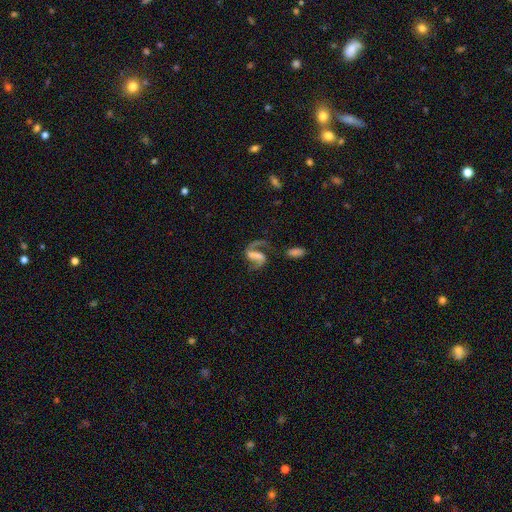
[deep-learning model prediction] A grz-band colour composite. It shows a featured or disk galaxy (87%) with a strong bar (53%), 2 (89%) loose (49%) spiral arms (96%) and no central bulge (47%). Merging: none (61%).